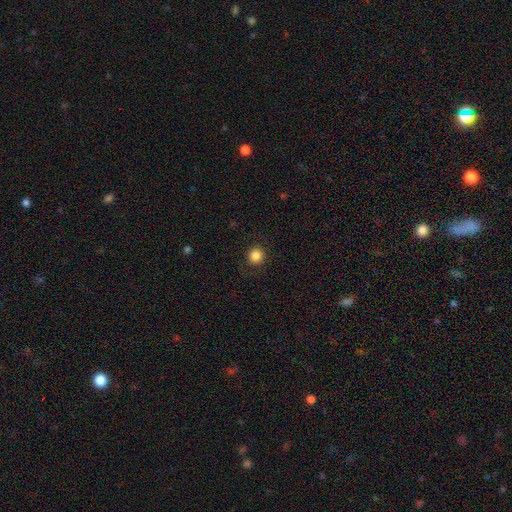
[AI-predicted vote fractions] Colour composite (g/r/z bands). It shows a smooth galaxy with no disk features (85%) that is round (95%). Merging: none (91%).